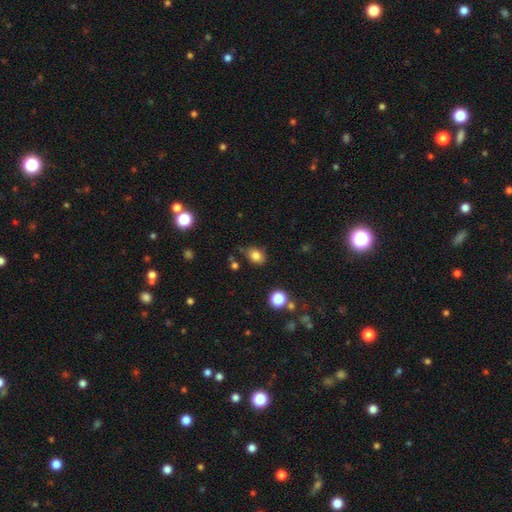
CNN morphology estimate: The model was most divided on "how rounded": in between: 65%, round: 34%, cigar-shaped: 1%. More confident: smooth or featured — smooth (82%); merging — none (73%).